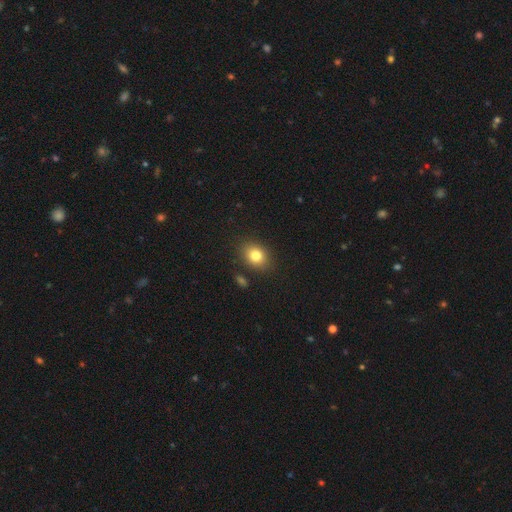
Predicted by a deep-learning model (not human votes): This is clearly a smooth galaxy (81%). How rounded: possibly in between (56%). Merging: clearly none (84%).